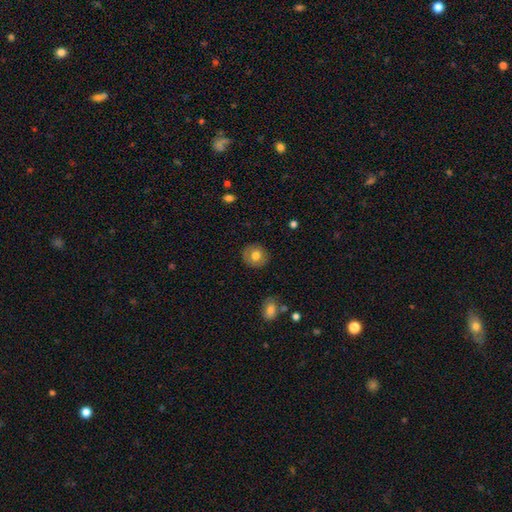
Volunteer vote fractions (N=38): A smooth galaxy with no disk features (76%) that is round (86%).

Vote fractions:
- Smooth or featured? smooth: 76% / featured or disk: 18% / star or artifact: 5%
- How rounded? round: 86% / in between: 14% / cigar-shaped: 0%
- Merging? none: 94% / minor disturbance: 3% / major disturbance: 3% / merger: 0%